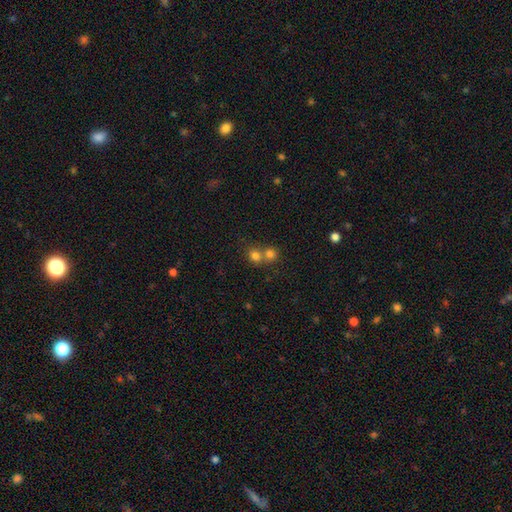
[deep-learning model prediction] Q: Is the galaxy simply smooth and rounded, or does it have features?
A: smooth — 77%.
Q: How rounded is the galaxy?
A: round — 80%.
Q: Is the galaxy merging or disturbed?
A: merger — 53%.